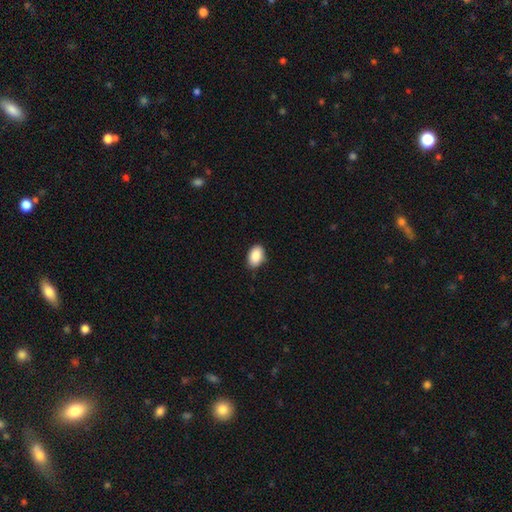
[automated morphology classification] Smooth or featured?
  - smooth: 89% *
  - star or artifact: 7%
  - featured or disk: 4%
How rounded?
  - in between: 90% *
  - round: 9%
  - cigar-shaped: 1%
Merging?
  - none: 85% *
  - minor disturbance: 12%
  - major disturbance: 2%
  - merger: 1%